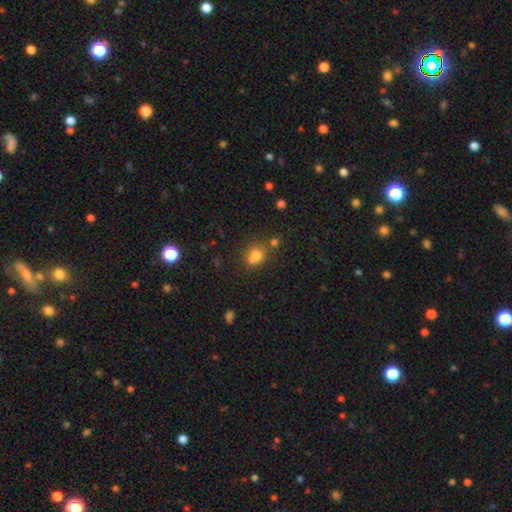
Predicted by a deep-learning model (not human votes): Smooth or featured: smooth — 73% (star or artifact — 16%)
How rounded: round — 66% (in between — 33%)
Merging: none — 49% (merger — 30%)